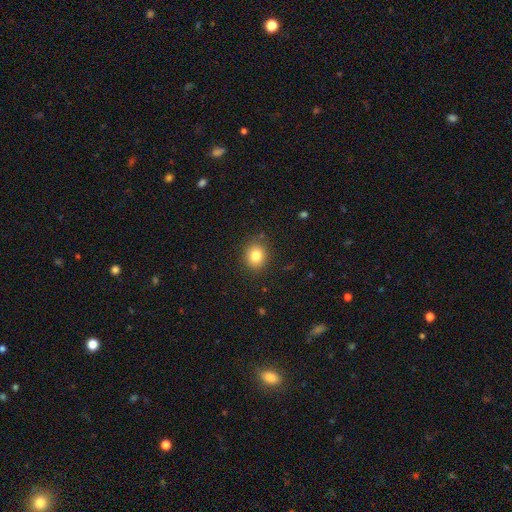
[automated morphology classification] This appears to be a smooth galaxy with no disk features (81%) that is round (76%). Merging: none (88%).